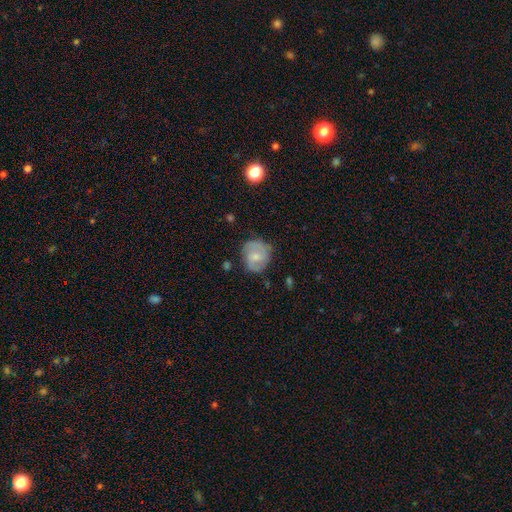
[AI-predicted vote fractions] This appears to be a smooth galaxy with no disk features (56%) that is round (73%). Merging: none (67%).